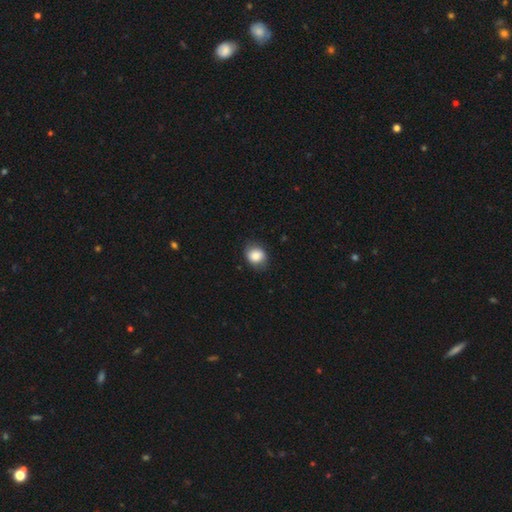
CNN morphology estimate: type=smooth (82%); roundness=round (59%); merging=none (80%).